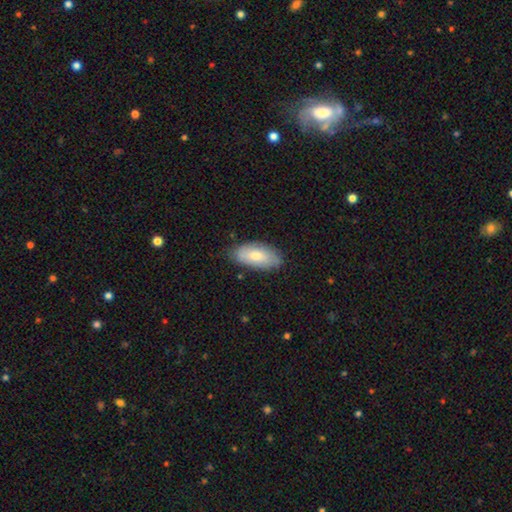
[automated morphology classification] This is likely a smooth galaxy (68%). How rounded: clearly in between (91%). Merging: likely none (79%).